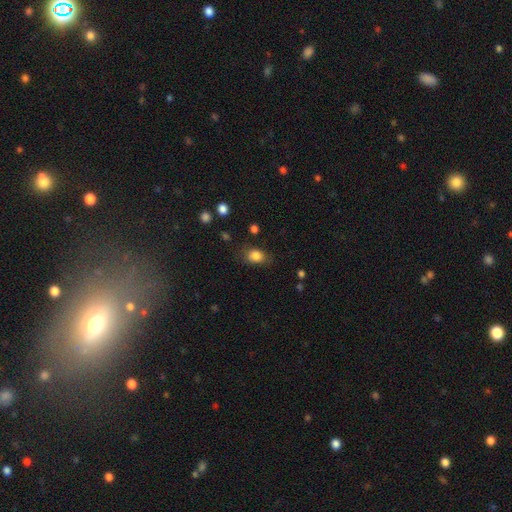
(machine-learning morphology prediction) Smooth or featured?
  - smooth: 83% *
  - star or artifact: 9%
  - featured or disk: 7%
How rounded?
  - in between: 66% *
  - round: 33%
  - cigar-shaped: 2%
Merging?
  - none: 72% *
  - minor disturbance: 20%
  - major disturbance: 6%
  - merger: 2%